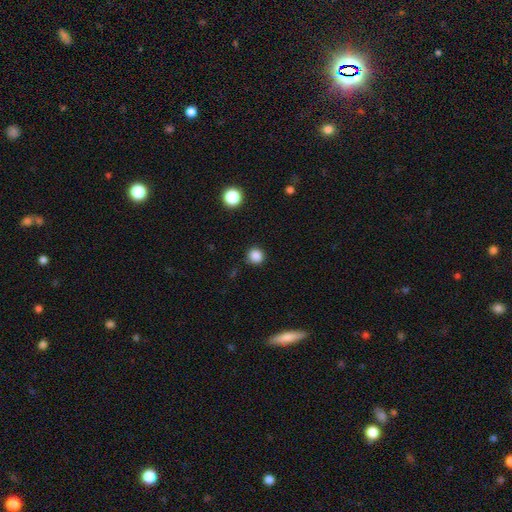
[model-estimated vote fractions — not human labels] A smooth galaxy with no disk features (85%) that is round (92%). Merging: none (88%).